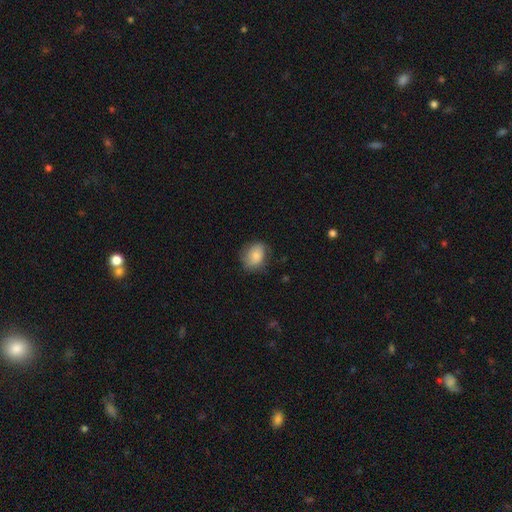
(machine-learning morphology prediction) Smooth or featured? smooth (82%)
How rounded? in between (58%)
Merging? none (72%)